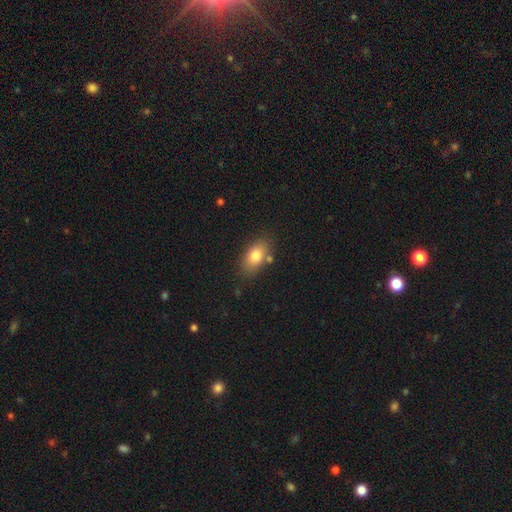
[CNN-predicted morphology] A smooth galaxy with no disk features (80%) that is in between round and cigar-shaped (88%).

Vote fractions:
- Smooth or featured? smooth: 80% / featured or disk: 12% / star or artifact: 8%
- How rounded? in between: 88% / round: 9% / cigar-shaped: 4%
- Merging? none: 76% / minor disturbance: 13% / merger: 7% / major disturbance: 3%